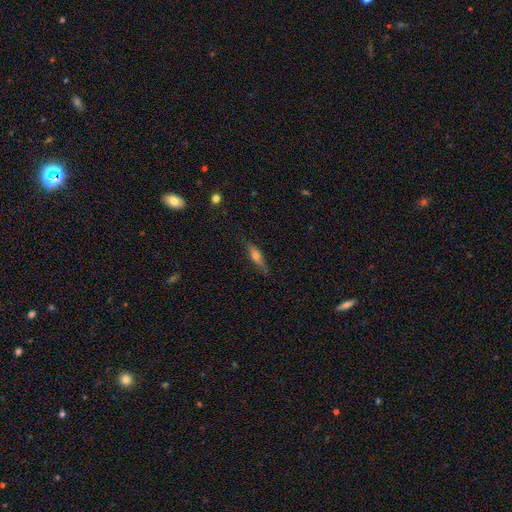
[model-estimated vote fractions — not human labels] This is possibly a featured or disk galaxy (47%). Merging: likely none (80%).